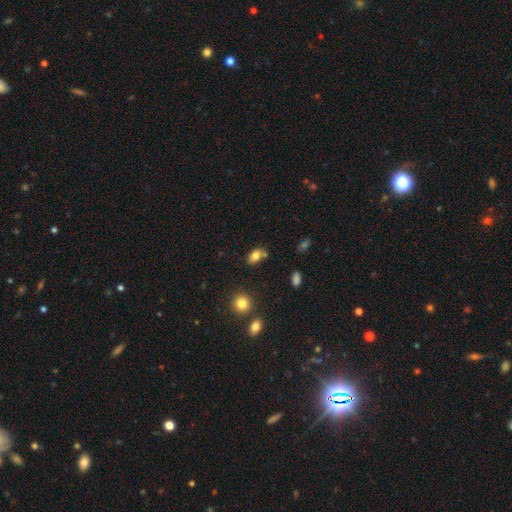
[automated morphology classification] smooth-or-featured: smooth: 80% | star or artifact: 10% | featured or disk: 10%
  how-rounded: in between: 85% | round: 13% | cigar-shaped: 2%
  merging: none: 61% | merger: 19% | minor disturbance: 16% | major disturbance: 4%